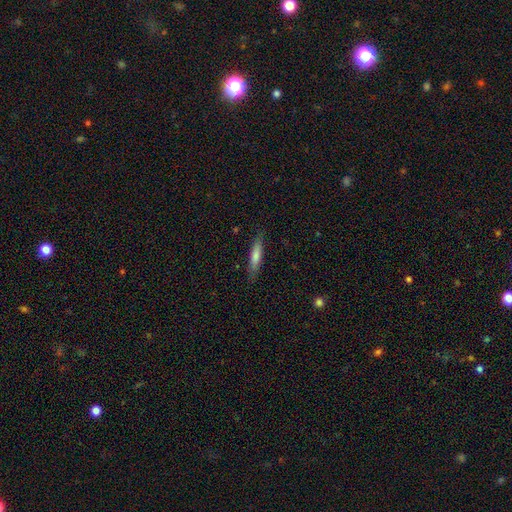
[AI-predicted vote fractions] smooth 58%, featured or disk 35%, star or artifact 7%. Down the decision tree: how rounded — cigar-shaped (87%); merging — none (87%).